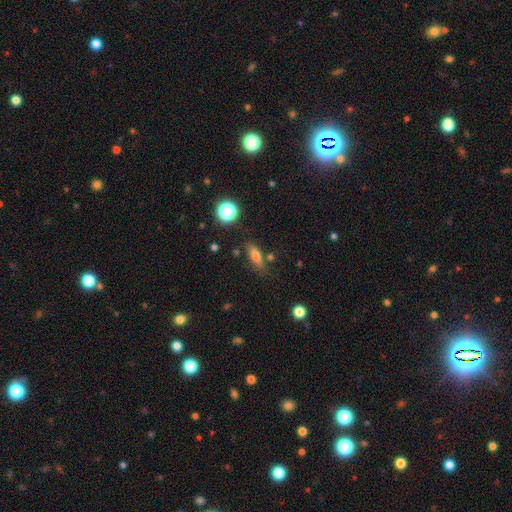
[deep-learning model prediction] Q: Smooth or featured?
A: smooth (68%); runner-up: featured or disk (19%)
Q: How rounded?
A: in between (52%); runner-up: cigar-shaped (41%)
Q: Merging?
A: none (72%); runner-up: minor disturbance (17%)